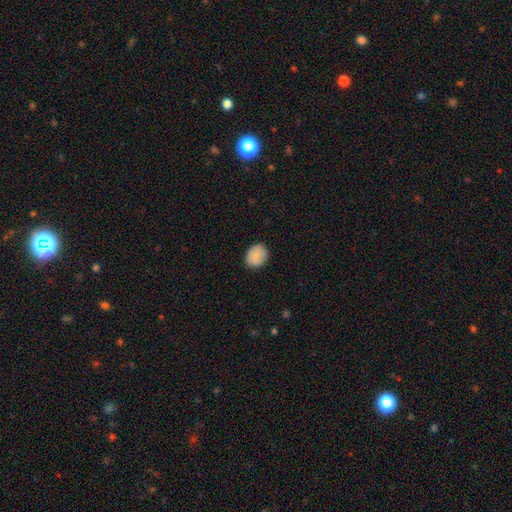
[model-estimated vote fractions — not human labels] A smooth galaxy with no disk features (88%) that is round (54%). Merging: none (86%).